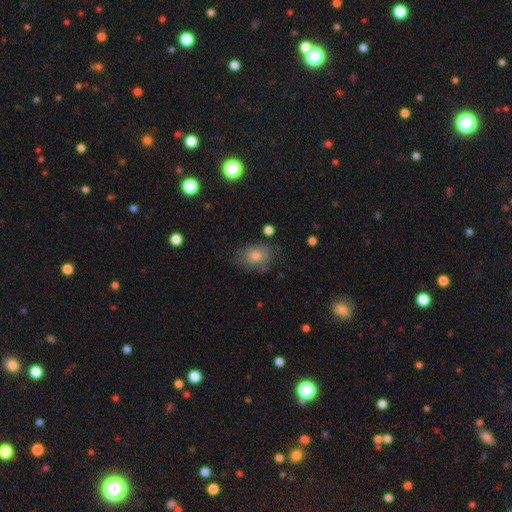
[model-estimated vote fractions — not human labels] Q: Smooth or featured?
A: smooth (66%); runner-up: featured or disk (19%)
Q: How rounded?
A: in between (53%); runner-up: round (46%)
Q: Merging?
A: none (72%); runner-up: minor disturbance (19%)